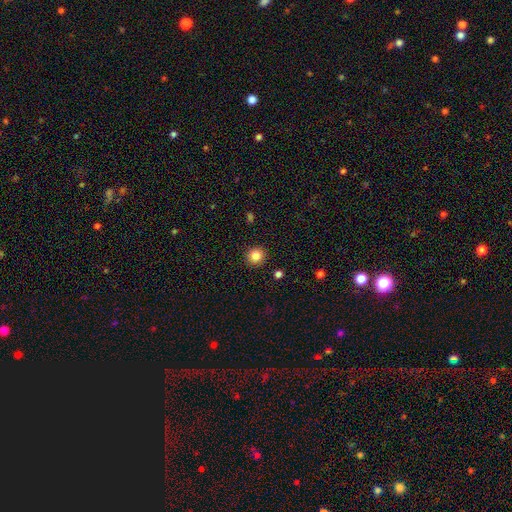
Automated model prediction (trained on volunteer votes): Smooth or featured?
  - smooth: 84% *
  - star or artifact: 11%
  - featured or disk: 5%
How rounded?
  - round: 93% *
  - in between: 6%
  - cigar-shaped: 1%
Merging?
  - none: 92% *
  - minor disturbance: 5%
  - major disturbance: 2%
  - merger: 1%